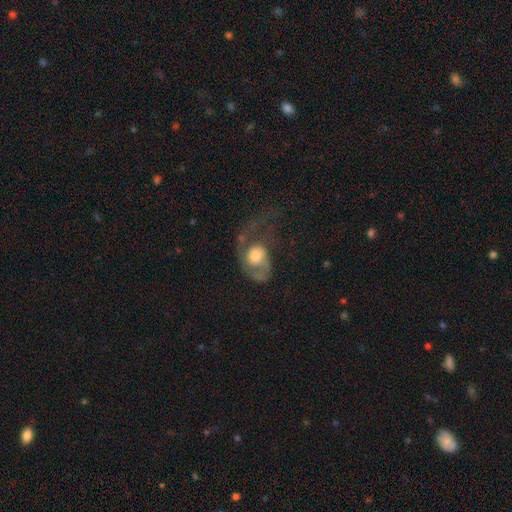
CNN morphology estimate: Smooth or featured? Predicted: featured or disk (p=0.63). Edge-on disk? Predicted: no (p=0.97). Bar? Predicted: no (p=0.78). Spiral arms? Predicted: yes (p=0.79). Bulge size? Predicted: moderate (p=0.54). Merging? Predicted: major disturbance (p=0.59).